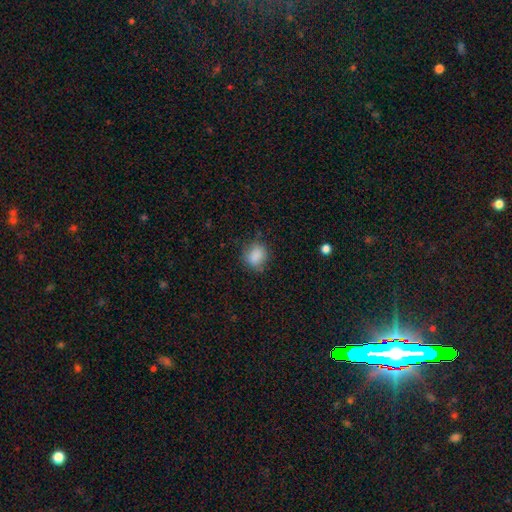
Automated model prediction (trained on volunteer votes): Smooth or featured?
  - smooth: 85% *
  - star or artifact: 9%
  - featured or disk: 7%
How rounded?
  - round: 62% *
  - in between: 37%
  - cigar-shaped: 1%
Merging?
  - none: 69% *
  - minor disturbance: 22%
  - major disturbance: 7%
  - merger: 2%